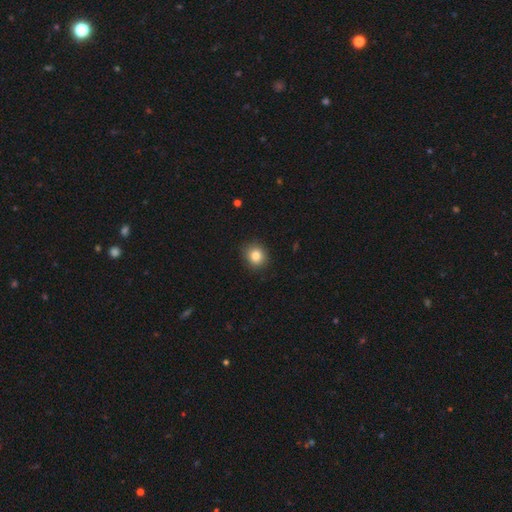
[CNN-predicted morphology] This is clearly a smooth galaxy (83%). How rounded: likely round (80%). Merging: clearly none (90%).